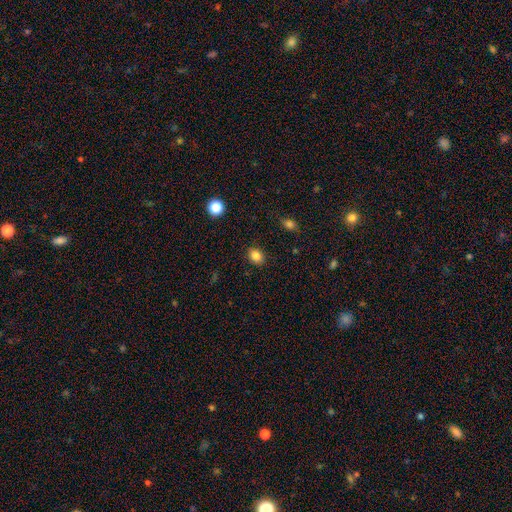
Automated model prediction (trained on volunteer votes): Smooth or featured? Predicted: smooth (p=0.84). How rounded? Predicted: round (p=0.51). Merging? Predicted: none (p=0.88).